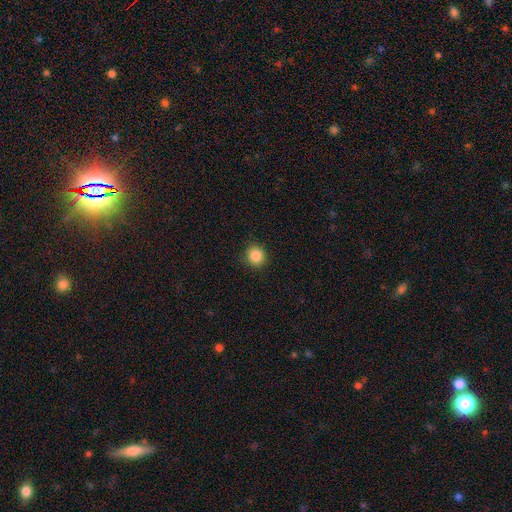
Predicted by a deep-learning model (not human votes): Smooth or featured?
  - smooth: 86% *
  - star or artifact: 10%
  - featured or disk: 4%
How rounded?
  - round: 90% *
  - in between: 10%
  - cigar-shaped: 1%
Merging?
  - none: 90% *
  - minor disturbance: 7%
  - major disturbance: 2%
  - merger: 1%